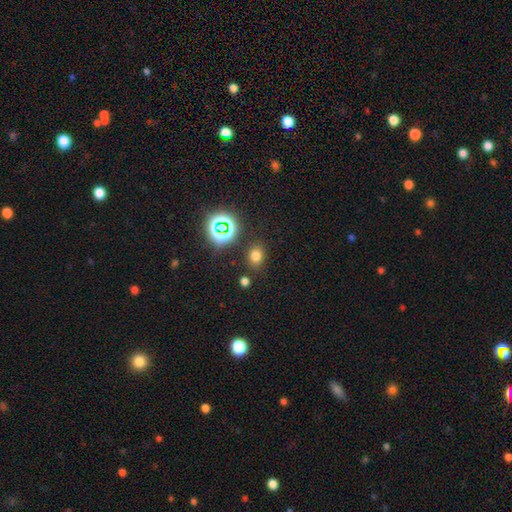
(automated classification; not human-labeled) This appears to be a smooth galaxy with no disk features (70%) that is in between round and cigar-shaped (50%). Merging: none (82%).